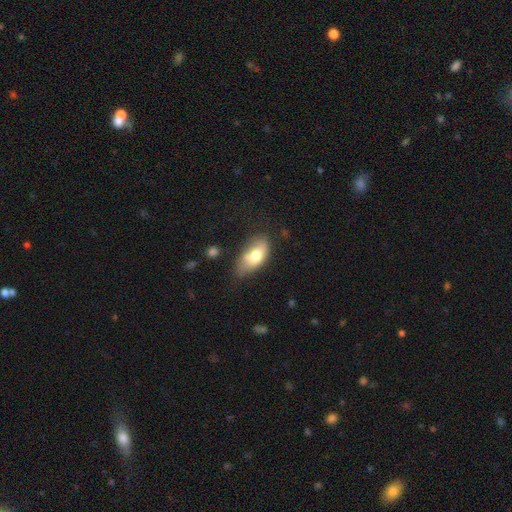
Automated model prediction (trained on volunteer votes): smooth_or_featured: smooth (p=0.69) [alt: featured or disk p=0.24]
how_rounded: in between (p=0.90) [alt: round p=0.05]
merging: none (p=0.38) [alt: minor disturbance p=0.32]